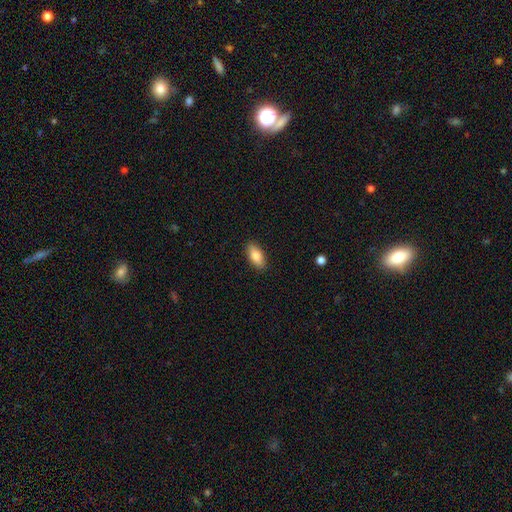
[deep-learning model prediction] Smooth or featured? Predicted: smooth (p=0.84). How rounded? Predicted: in between (p=0.87). Merging? Predicted: none (p=0.88).